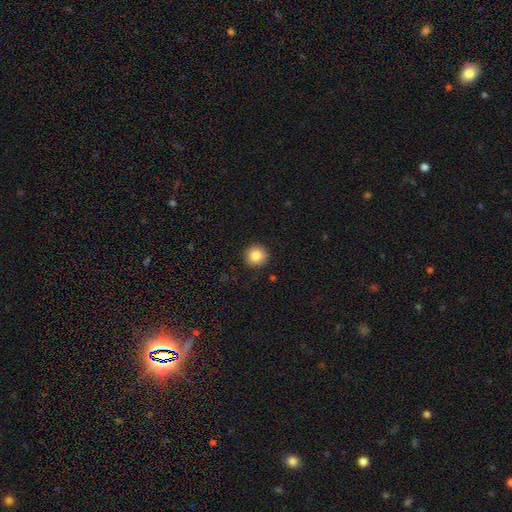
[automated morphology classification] type=smooth (85%); roundness=round (94%); merging=none (92%).